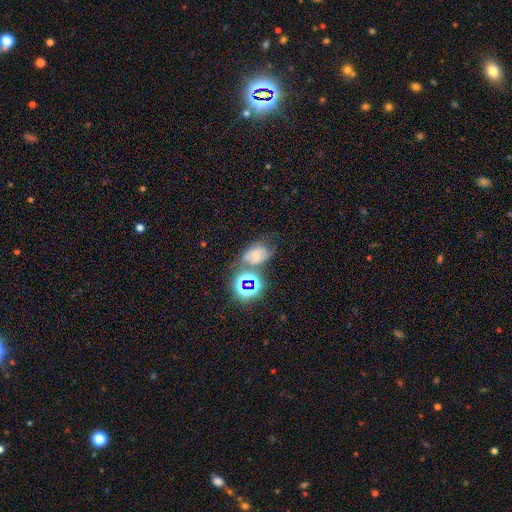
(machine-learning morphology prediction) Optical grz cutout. It shows a smooth galaxy with no disk features (43%). Merging: none (43%).